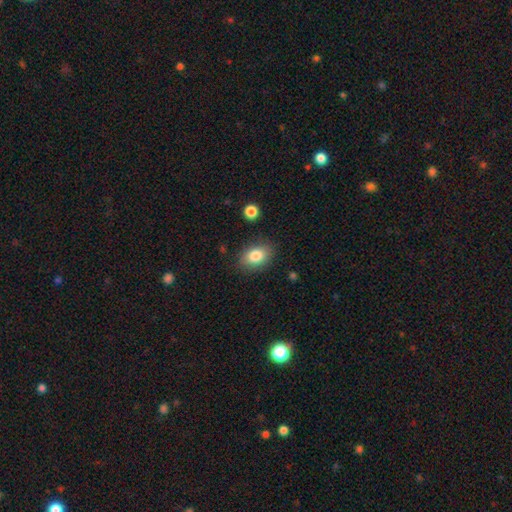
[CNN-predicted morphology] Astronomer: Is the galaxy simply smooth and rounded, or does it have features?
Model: smooth — 83%.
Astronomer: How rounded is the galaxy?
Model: in between — 78%.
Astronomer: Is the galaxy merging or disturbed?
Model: none — 83%.